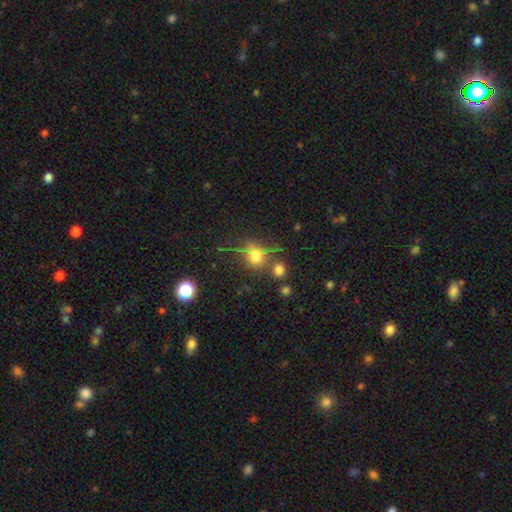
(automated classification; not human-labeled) smooth-or-featured: smooth: 67% | star or artifact: 21% | featured or disk: 13%
  how-rounded: round: 80% | in between: 18% | cigar-shaped: 2%
  merging: none: 65% | minor disturbance: 15% | merger: 13% | major disturbance: 8%